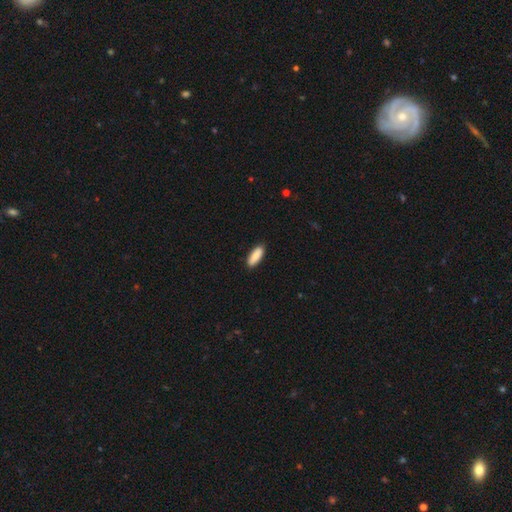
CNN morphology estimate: Smooth or featured?
  - smooth: 89% *
  - star or artifact: 6%
  - featured or disk: 5%
How rounded?
  - in between: 64% *
  - cigar-shaped: 34%
  - round: 2%
Merging?
  - none: 89% *
  - minor disturbance: 8%
  - major disturbance: 2%
  - merger: 1%